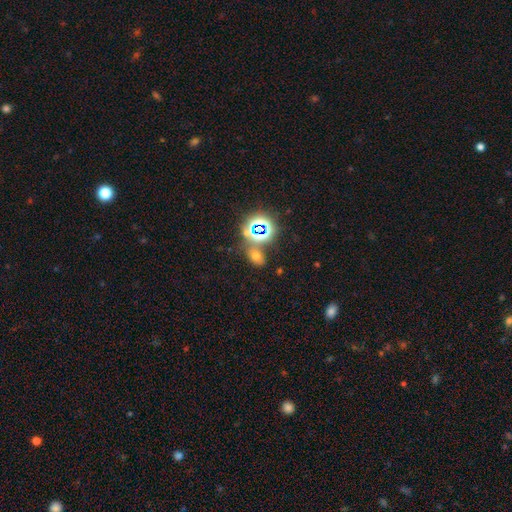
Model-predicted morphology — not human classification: This appears to be a smooth galaxy with no disk features (53%) that is in between round and cigar-shaped (76%). Merging: none (71%).